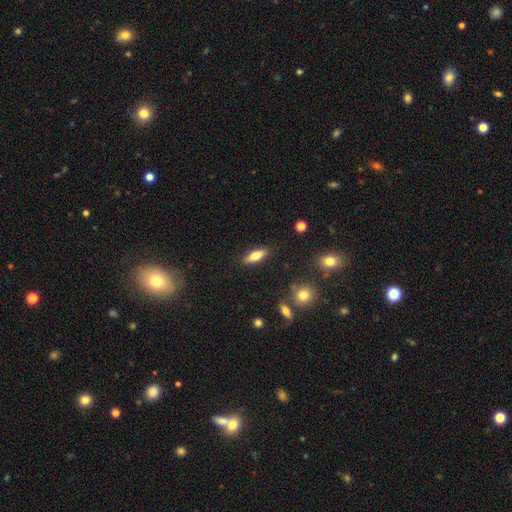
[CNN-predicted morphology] Smooth or featured? smooth (61%)
How rounded? in between (57%)
Merging? none (87%)